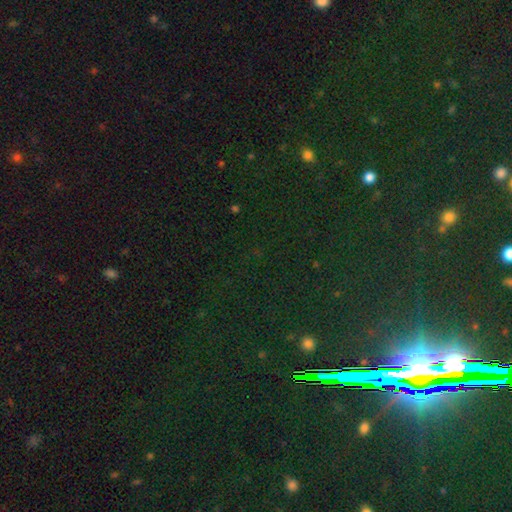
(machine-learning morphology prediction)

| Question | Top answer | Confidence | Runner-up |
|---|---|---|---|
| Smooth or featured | star or artifact | 84% | smooth (8%) |